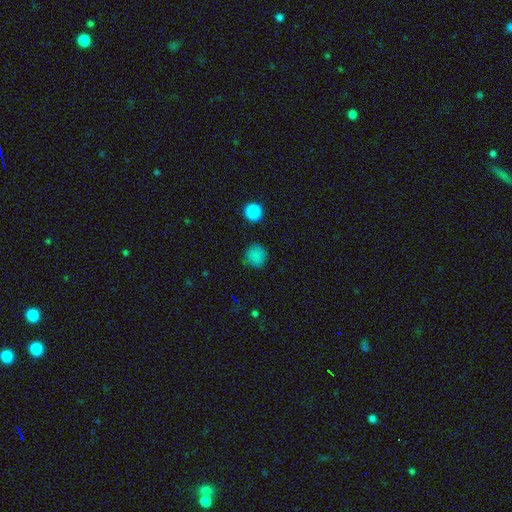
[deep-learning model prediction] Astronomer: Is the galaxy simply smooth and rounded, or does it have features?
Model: smooth — 80%.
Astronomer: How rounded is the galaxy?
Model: round — 91%.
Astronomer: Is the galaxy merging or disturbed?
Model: none — 84%.